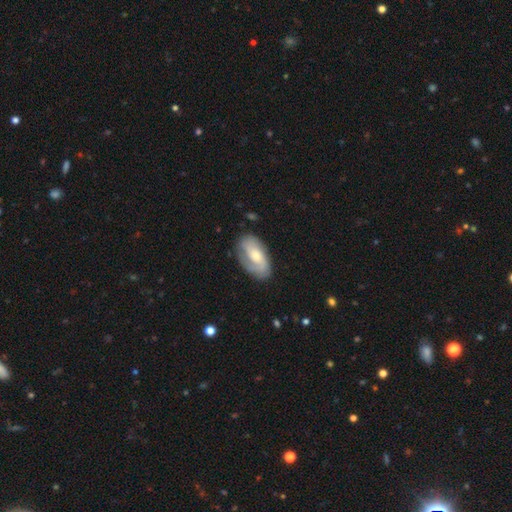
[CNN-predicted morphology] Smooth or featured? Predicted: featured or disk (p=0.61). Edge-on disk? Predicted: no (p=0.95). Bar? Predicted: no (p=0.58). Spiral arms? Predicted: yes (p=0.85). Bulge size? Predicted: moderate (p=0.51). Merging? Predicted: none (p=0.72).